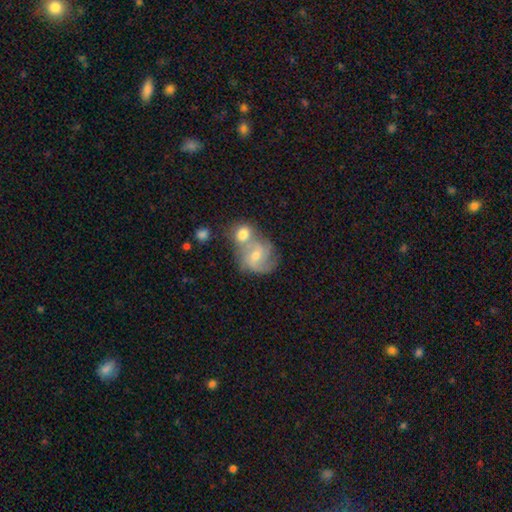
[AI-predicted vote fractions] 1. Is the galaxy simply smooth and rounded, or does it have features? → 64% featured or disk, 28% smooth, 9% star or artifact.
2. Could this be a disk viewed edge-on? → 97% no, 3% yes.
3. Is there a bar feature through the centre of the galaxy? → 49% no, 42% weak, 9% strong.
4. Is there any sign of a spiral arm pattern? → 88% yes, 12% no.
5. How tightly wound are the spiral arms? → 47% medium, 36% tight, 17% loose.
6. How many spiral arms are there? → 33% 3, 31% 2, 23% can't tell, 6% 4, 4% 1, 3% more than 4.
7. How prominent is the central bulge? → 51% moderate, 43% small, 2% large, 2% none, 1% dominant.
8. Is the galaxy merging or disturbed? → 51% merger, 32% none, 11% minor disturbance, 6% major disturbance.